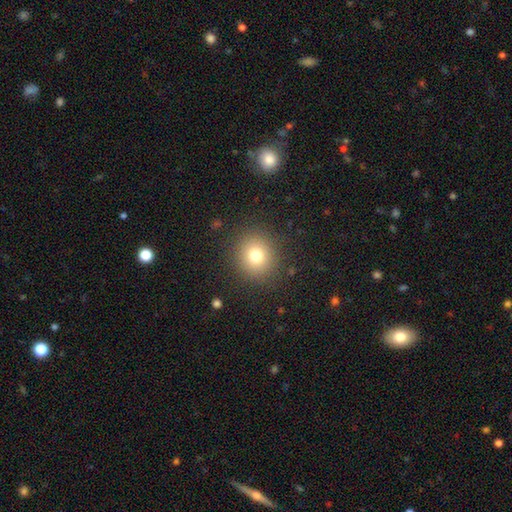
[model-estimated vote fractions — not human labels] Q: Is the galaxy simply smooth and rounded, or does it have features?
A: smooth — 76%.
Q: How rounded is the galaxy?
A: round — 89%.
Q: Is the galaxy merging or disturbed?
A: none — 88%.